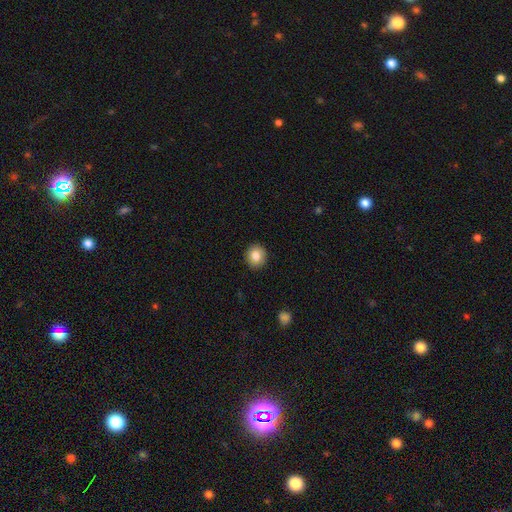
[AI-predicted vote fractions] Smooth or featured? smooth (83%)
How rounded? round (87%)
Merging? none (92%)